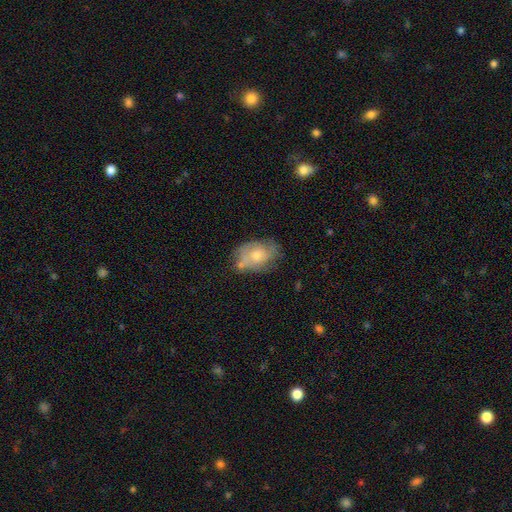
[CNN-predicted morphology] Smooth or featured: smooth — 55% (featured or disk — 38%)
How rounded: in between — 81% (round — 17%)
Merging: none — 50% (minor disturbance — 30%)